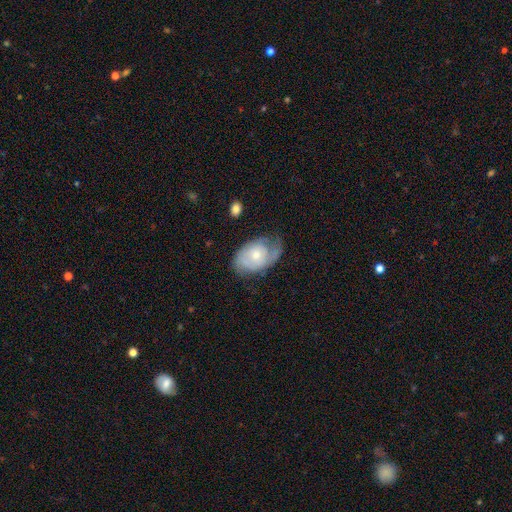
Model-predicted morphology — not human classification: A featured or disk galaxy (61%) with no bar (79%), spiral arms (77%) and a small central bulge (51%). Merging: none (51%).